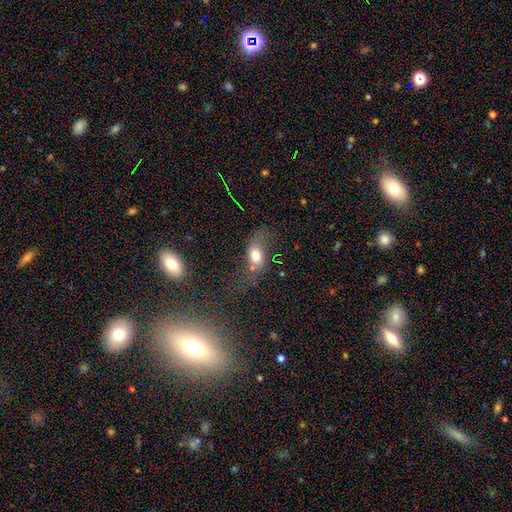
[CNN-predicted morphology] The model was most divided on "merging": none: 39%, major disturbance: 29%, minor disturbance: 22%, merger: 10%. More confident: how rounded — in between (75%); smooth or featured — smooth (61%).